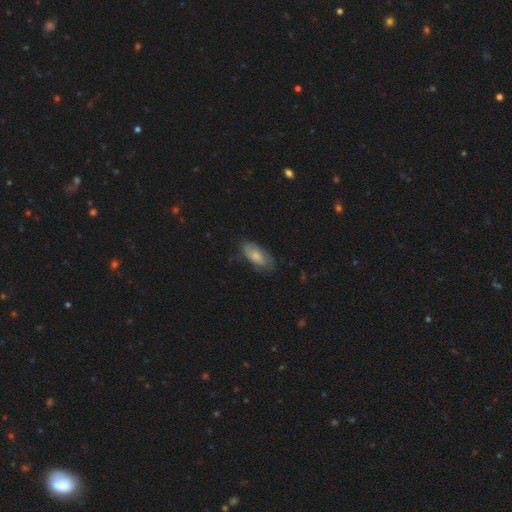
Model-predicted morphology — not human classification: Smooth or featured? smooth (70%)
How rounded? in between (88%)
Merging? none (64%)